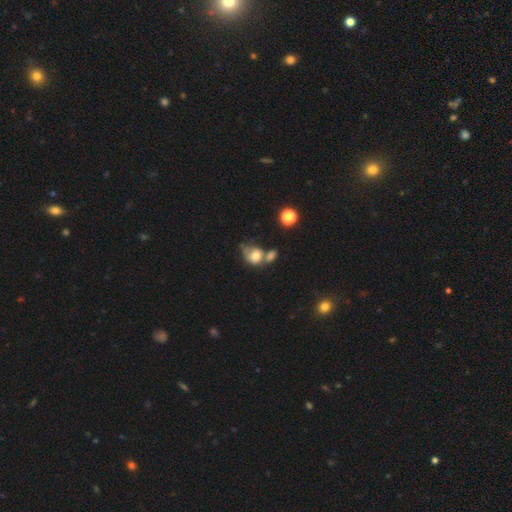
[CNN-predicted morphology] Smooth or featured?
  - smooth: 67% *
  - featured or disk: 23%
  - star or artifact: 10%
How rounded?
  - round: 55% *
  - in between: 44%
  - cigar-shaped: 1%
Merging?
  - merger: 45% *
  - none: 24%
  - minor disturbance: 17%
  - major disturbance: 14%